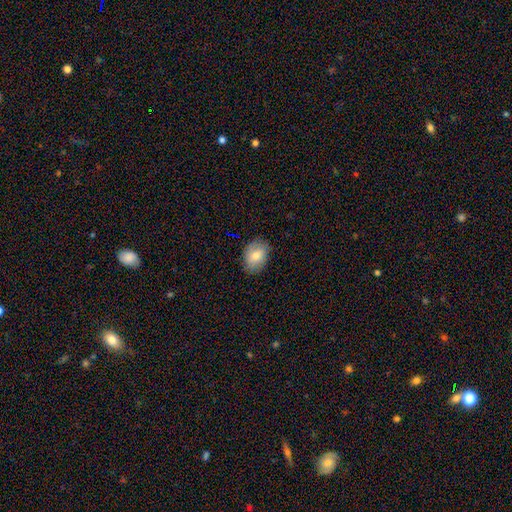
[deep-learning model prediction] smooth-or-featured: smooth: 75% | featured or disk: 17% | star or artifact: 8%
  how-rounded: in between: 68% | round: 31% | cigar-shaped: 1%
  merging: none: 81% | minor disturbance: 15% | major disturbance: 3% | merger: 1%